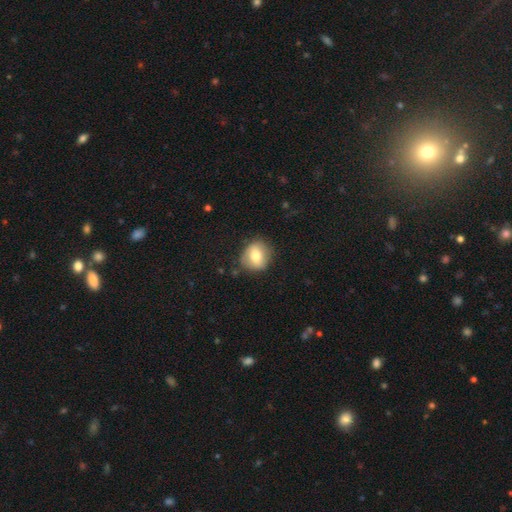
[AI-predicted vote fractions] smooth-or-featured: smooth: 71% | featured or disk: 21% | star or artifact: 8%
  how-rounded: round: 70% | in between: 29% | cigar-shaped: 1%
  merging: none: 77% | minor disturbance: 17% | major disturbance: 5% | merger: 2%